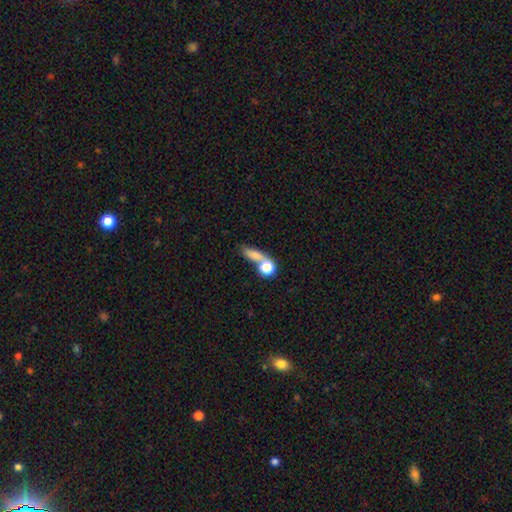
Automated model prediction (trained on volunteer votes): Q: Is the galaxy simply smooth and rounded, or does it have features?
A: smooth — 71%.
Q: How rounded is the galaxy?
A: in between — 39%.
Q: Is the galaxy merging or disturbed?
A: none — 43%.